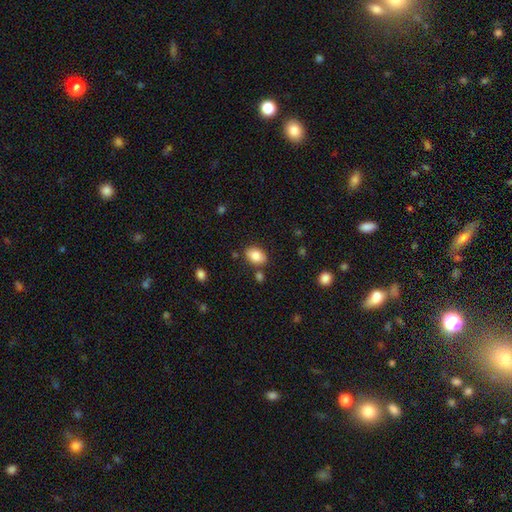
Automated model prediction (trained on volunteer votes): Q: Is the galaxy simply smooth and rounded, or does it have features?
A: smooth — 86%.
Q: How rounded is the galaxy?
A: in between — 83%.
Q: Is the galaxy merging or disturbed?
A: none — 80%.